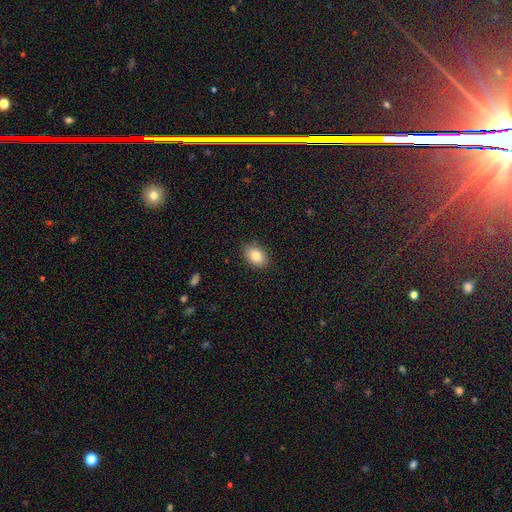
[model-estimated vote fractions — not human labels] This is clearly a smooth galaxy (84%). How rounded: clearly in between (82%). Merging: clearly none (88%).